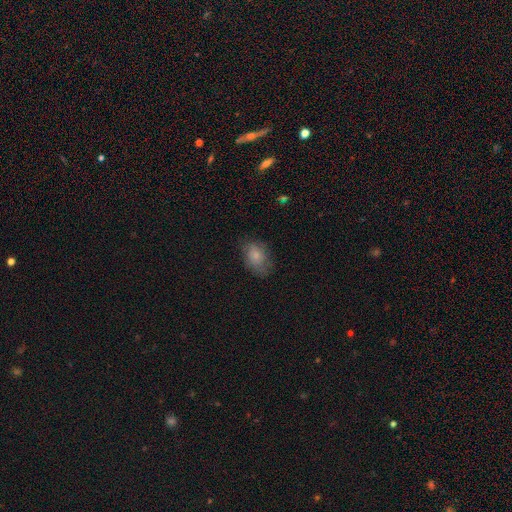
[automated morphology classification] smooth 78%, featured or disk 14%, star or artifact 8%. Down the decision tree: how rounded — in between (79%); merging — none (65%).